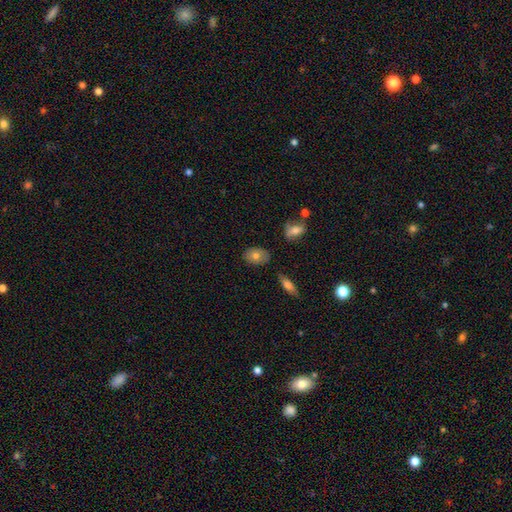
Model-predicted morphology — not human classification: This appears to be a smooth galaxy with no disk features (74%) that is in between round and cigar-shaped (78%). Merging: none (75%).